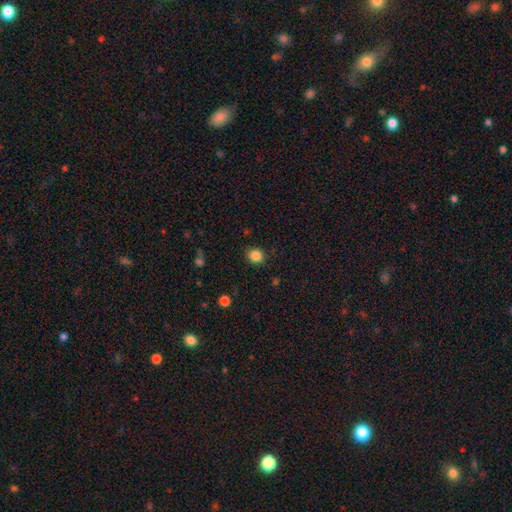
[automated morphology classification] This is clearly a smooth galaxy (85%). How rounded: clearly round (81%). Merging: clearly none (90%).